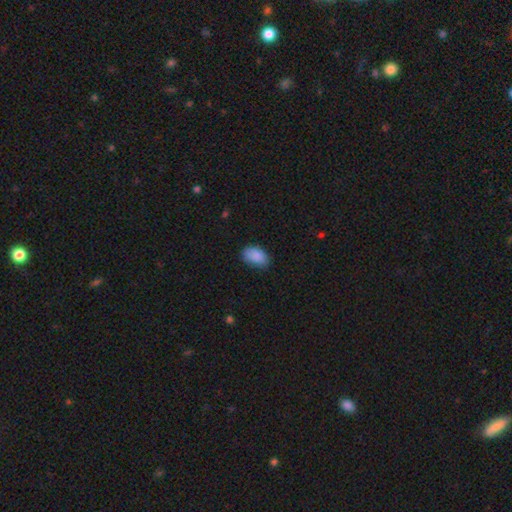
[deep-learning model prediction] Smooth or featured: smooth — 88% (star or artifact — 7%)
How rounded: in between — 90% (round — 9%)
Merging: none — 72% (minor disturbance — 23%)